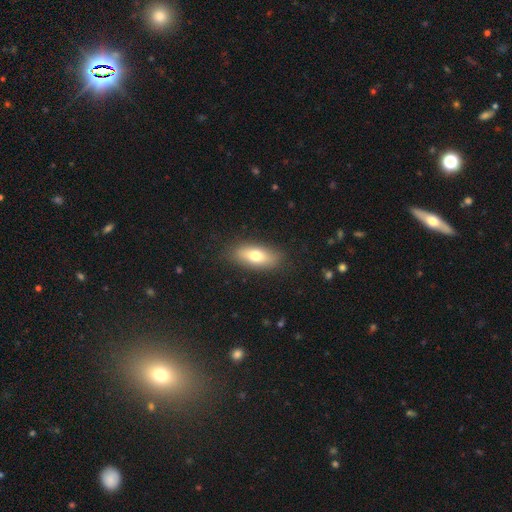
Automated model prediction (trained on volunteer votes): Smooth or featured? smooth (73%)
How rounded? in between (77%)
Merging? none (86%)